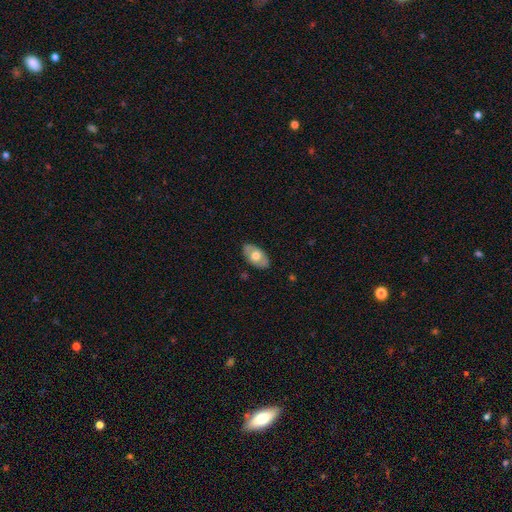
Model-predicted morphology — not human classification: This is possibly a smooth galaxy (58%). How rounded: clearly in between (93%). Merging: clearly none (84%).